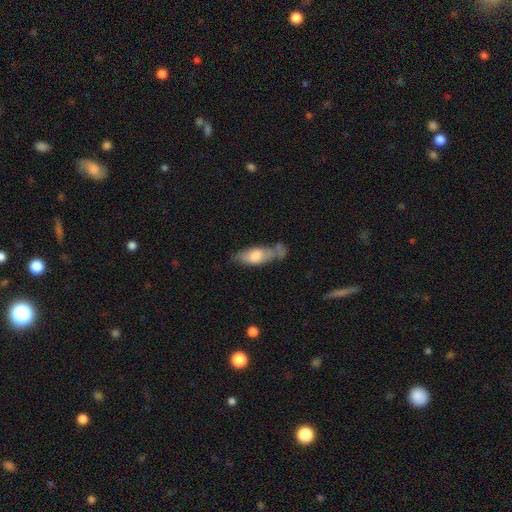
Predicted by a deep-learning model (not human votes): Smooth or featured?
  - smooth: 56% *
  - featured or disk: 37%
  - star or artifact: 7%
How rounded?
  - in between: 63% *
  - cigar-shaped: 34%
  - round: 3%
Merging?
  - none: 39% *
  - minor disturbance: 30%
  - major disturbance: 17%
  - merger: 14%